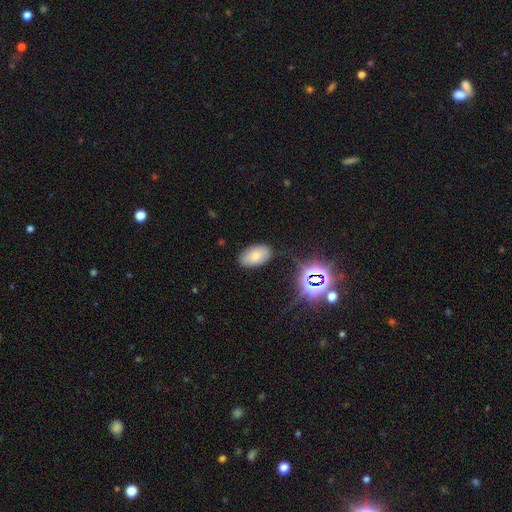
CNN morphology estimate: Smooth or featured? Predicted: smooth (p=0.74). How rounded? Predicted: in between (p=0.93). Merging? Predicted: none (p=0.81).